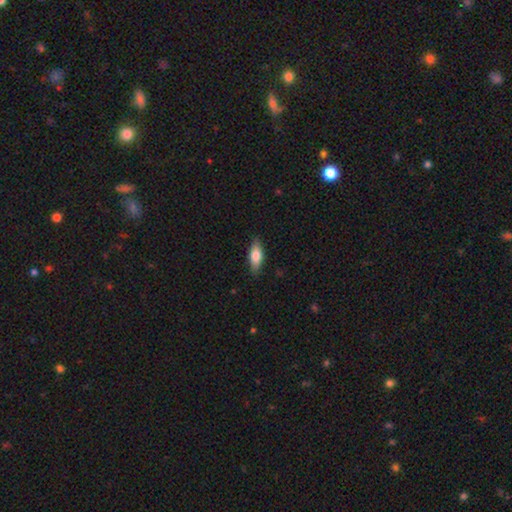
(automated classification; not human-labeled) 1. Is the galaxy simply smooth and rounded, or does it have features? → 73% smooth, 21% featured or disk, 6% star or artifact.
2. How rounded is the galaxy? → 70% in between, 27% cigar-shaped, 3% round.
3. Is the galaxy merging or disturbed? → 86% none, 11% minor disturbance, 2% major disturbance, 1% merger.